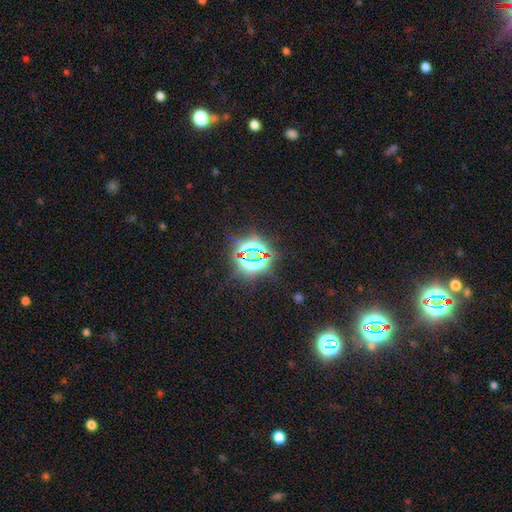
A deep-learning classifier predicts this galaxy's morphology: type=star or artifact (82%).